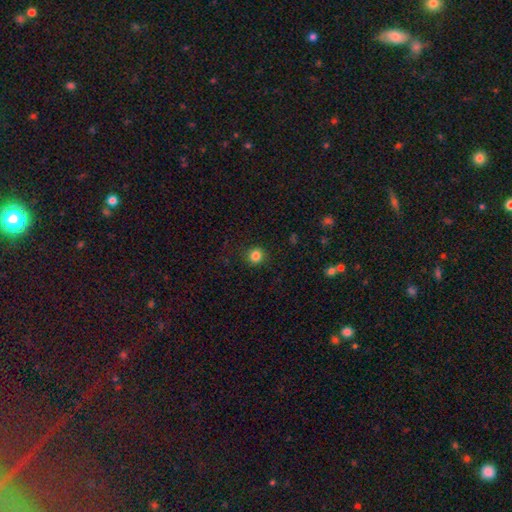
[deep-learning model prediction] This appears to be a smooth galaxy with no disk features (84%) that is round (92%). Merging: none (90%).